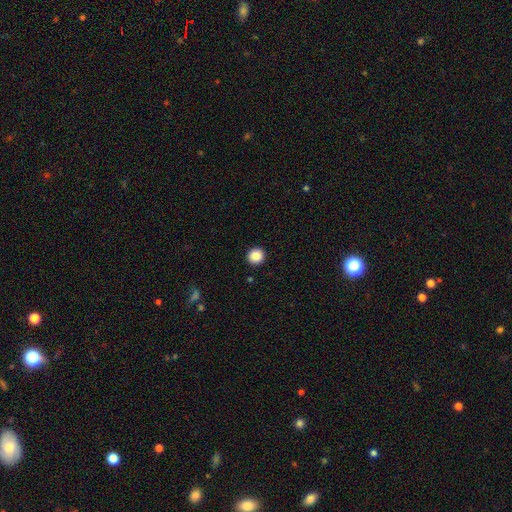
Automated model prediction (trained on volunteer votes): Morphology: type=smooth (86%); roundness=round (95%); merging=none (93%).